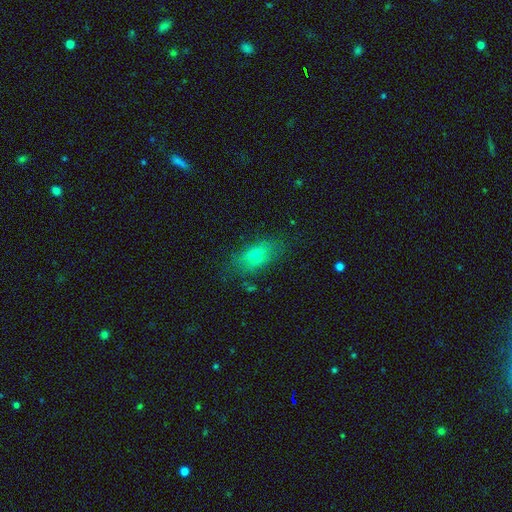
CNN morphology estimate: Smooth or featured: smooth — 67% (featured or disk — 22%)
How rounded: in between — 81% (cigar-shaped — 11%)
Merging: none — 73% (minor disturbance — 18%)